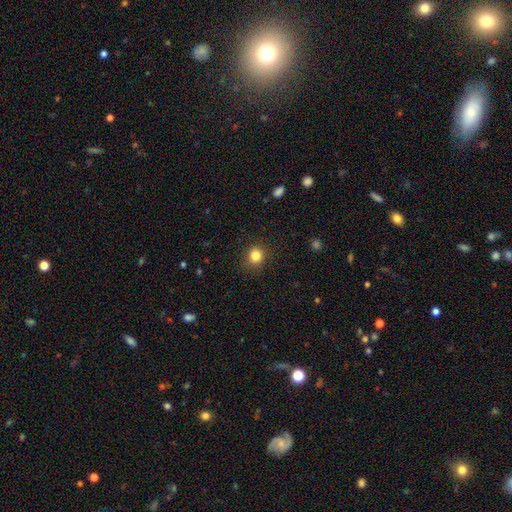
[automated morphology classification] Smooth or featured: smooth — 83% (star or artifact — 12%)
How rounded: round — 81% (in between — 18%)
Merging: none — 87% (minor disturbance — 9%)